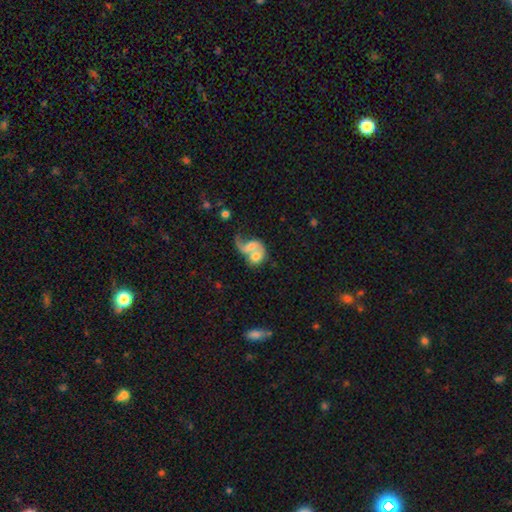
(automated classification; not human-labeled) The model was most divided on "smooth or featured": featured or disk: 46%, smooth: 45%, star or artifact: 9%. More confident: merging — merger (72%).